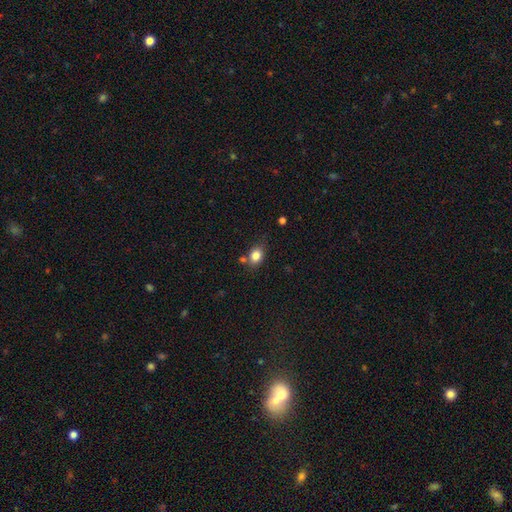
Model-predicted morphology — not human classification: type=smooth (83%); roundness=in between (59%); merging=none (68%).